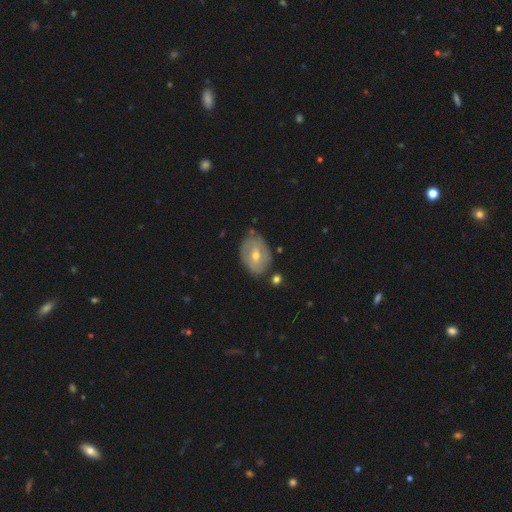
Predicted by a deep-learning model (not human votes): Overall: featured or disk (58%; smooth 35%). Edge-on disk: no (94%). Bar: no (45%; weak 41%). Spiral arms: no (51%; yes 49%). Bulge size: moderate (54%; small 43%). Merging: none (73%).